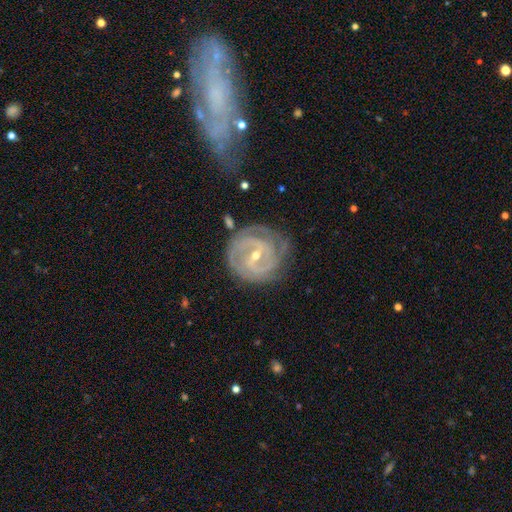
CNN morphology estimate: Q: Smooth or featured?
A: featured or disk (88%); runner-up: smooth (7%)
Q: Edge-on disk?
A: no (97%); runner-up: yes (3%)
Q: Bar?
A: weak (49%); runner-up: strong (33%)
Q: Spiral arms?
A: yes (96%); runner-up: no (4%)
Q: Spiral winding?
A: tight (72%); runner-up: medium (24%)
Q: Spiral arm count?
A: 2 (35%); runner-up: 3 (25%)
Q: Bulge size?
A: small (55%); runner-up: moderate (42%)
Q: Merging?
A: none (72%); runner-up: minor disturbance (18%)